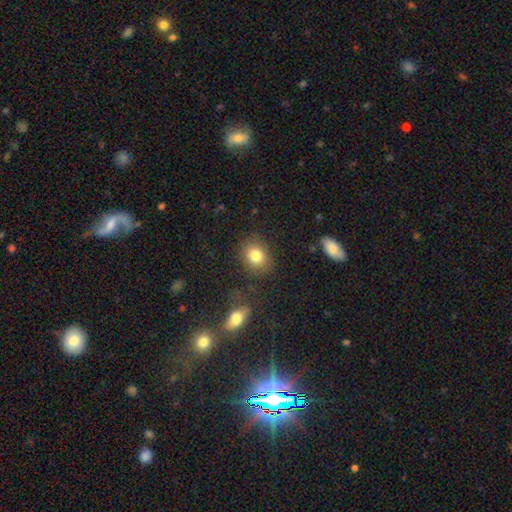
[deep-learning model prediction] Q: Smooth or featured?
A: smooth (81%); runner-up: star or artifact (10%)
Q: How rounded?
A: round (52%); runner-up: in between (47%)
Q: Merging?
A: none (81%); runner-up: minor disturbance (12%)